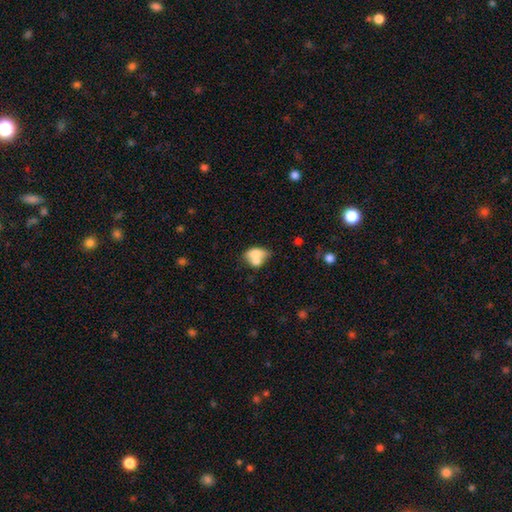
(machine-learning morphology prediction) Smooth or featured?
  - smooth: 69% *
  - featured or disk: 23%
  - star or artifact: 8%
How rounded?
  - in between: 76% *
  - round: 21%
  - cigar-shaped: 3%
Merging?
  - merger: 57% *
  - none: 24%
  - minor disturbance: 12%
  - major disturbance: 7%